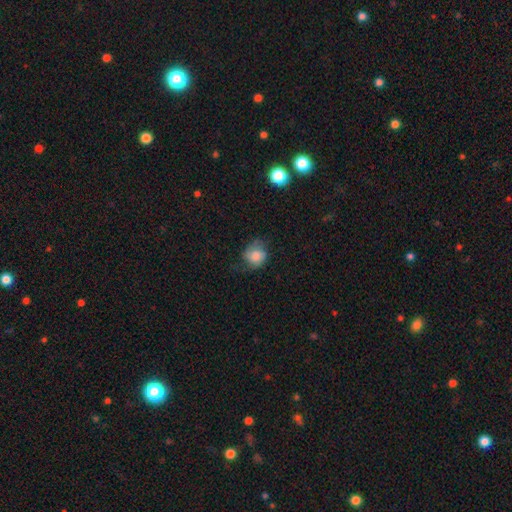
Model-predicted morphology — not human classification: A smooth galaxy with no disk features (65%) that is round (68%).

Vote fractions:
- Smooth or featured? smooth: 65% / featured or disk: 26% / star or artifact: 9%
- How rounded? round: 68% / in between: 31% / cigar-shaped: 1%
- Merging? none: 55% / minor disturbance: 29% / major disturbance: 15% / merger: 1%